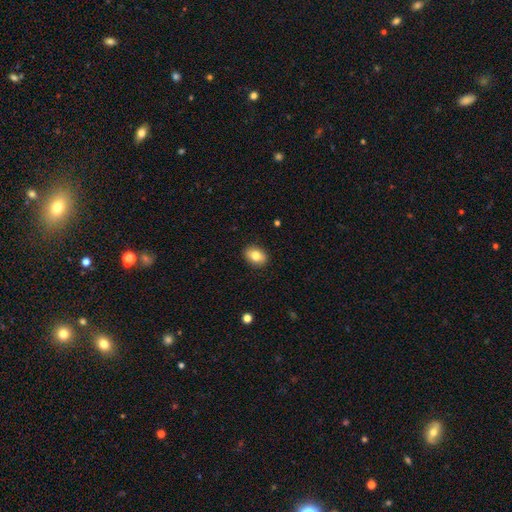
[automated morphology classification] Smooth or featured? smooth (81%)
How rounded? in between (75%)
Merging? none (89%)